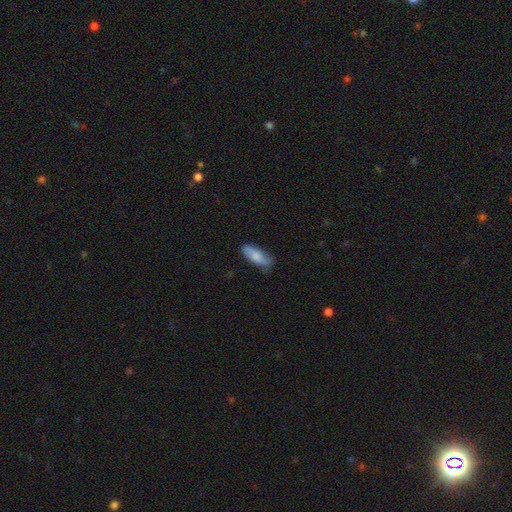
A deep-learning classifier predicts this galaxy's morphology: Smooth or featured?
  - smooth: 78% *
  - featured or disk: 16%
  - star or artifact: 6%
How rounded?
  - in between: 69% *
  - cigar-shaped: 29%
  - round: 2%
Merging?
  - none: 66% *
  - minor disturbance: 27%
  - major disturbance: 5%
  - merger: 2%